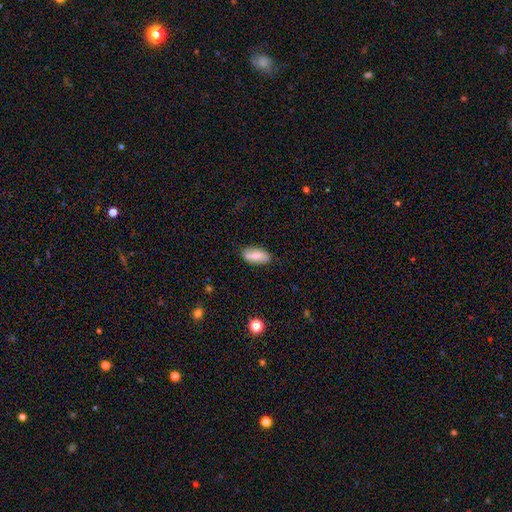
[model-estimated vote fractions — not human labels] Smooth or featured? Predicted: smooth (p=0.67). How rounded? Predicted: in between (p=0.87). Merging? Predicted: none (p=0.82).